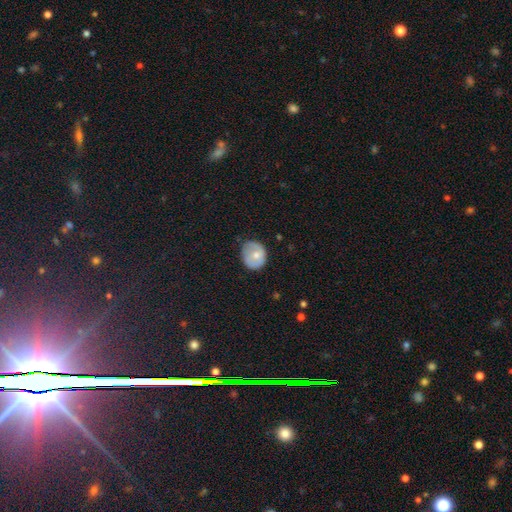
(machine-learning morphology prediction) The model was most divided on "how rounded": round: 61%, in between: 38%, cigar-shaped: 1%. More confident: merging — none (59%); smooth or featured — smooth (59%).